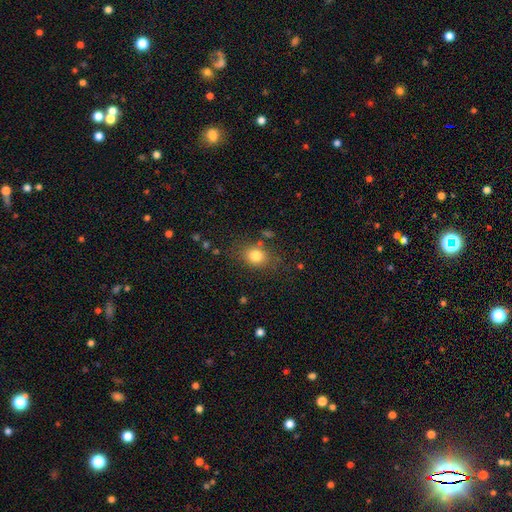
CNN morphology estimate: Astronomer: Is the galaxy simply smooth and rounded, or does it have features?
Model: smooth — 80%.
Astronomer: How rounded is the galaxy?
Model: round — 51% (runner-up: in between, 48%).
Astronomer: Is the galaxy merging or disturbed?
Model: none — 77%.